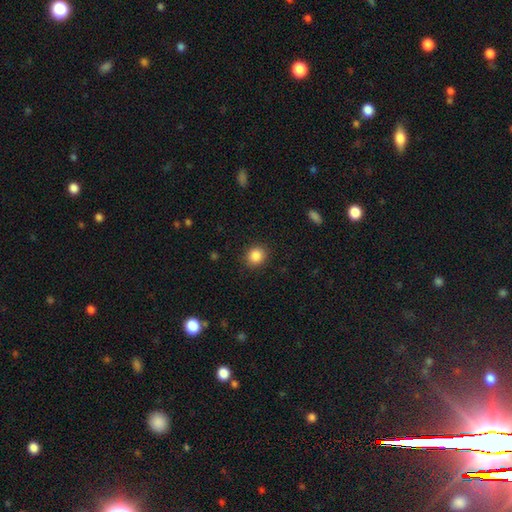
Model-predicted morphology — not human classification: Smooth or featured: smooth — 86% (star or artifact — 10%)
How rounded: round — 79% (in between — 20%)
Merging: none — 90% (minor disturbance — 7%)